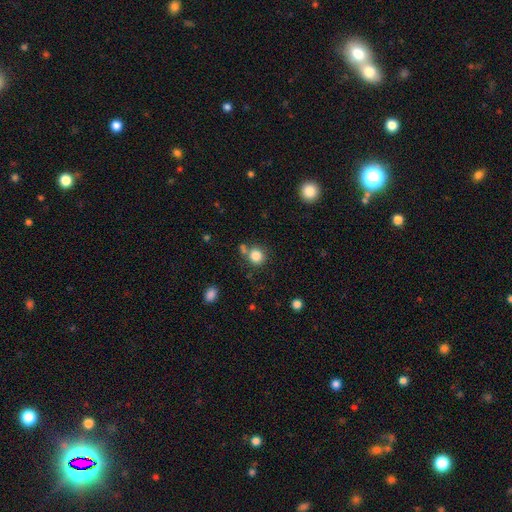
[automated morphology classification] Smooth or featured: smooth — 83% (star or artifact — 11%)
How rounded: round — 88% (in between — 11%)
Merging: none — 68% (merger — 17%)